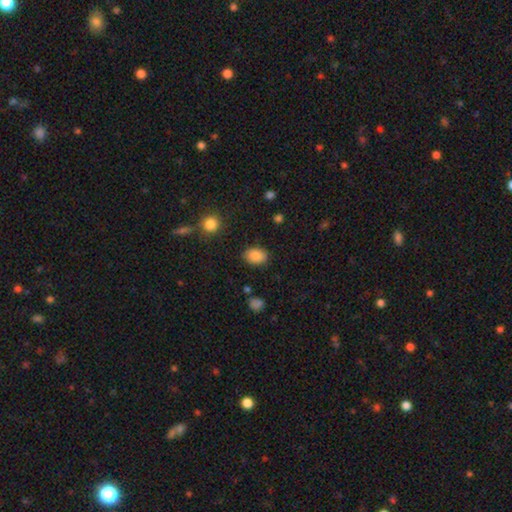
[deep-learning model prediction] Morphology: type=smooth (87%); roundness=in between (75%); merging=none (85%).